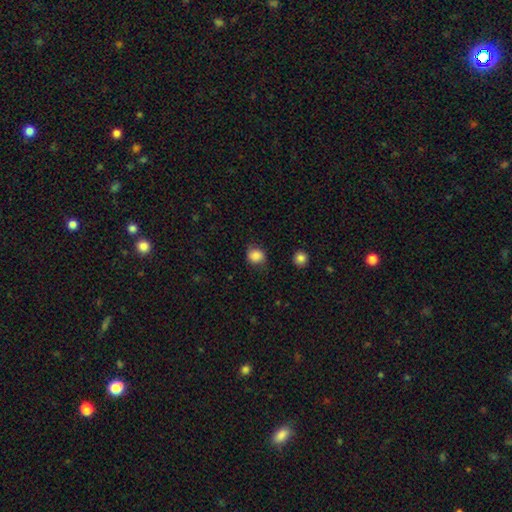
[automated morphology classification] smooth-or-featured: smooth: 83% | star or artifact: 9% | featured or disk: 8%
  how-rounded: round: 75% | in between: 24% | cigar-shaped: 1%
  merging: none: 73% | minor disturbance: 21% | major disturbance: 5% | merger: 1%